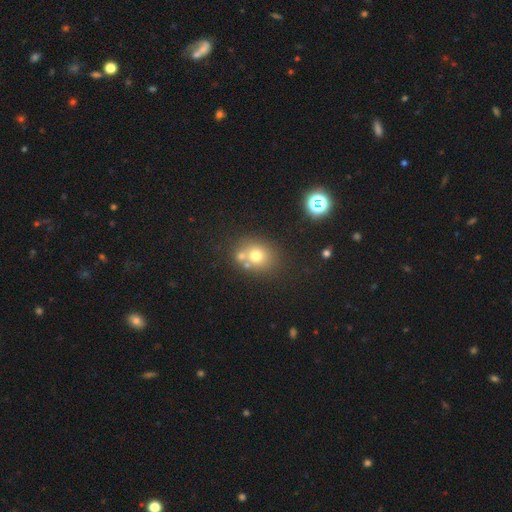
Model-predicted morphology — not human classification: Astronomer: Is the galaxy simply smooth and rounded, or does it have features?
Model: smooth — 69%.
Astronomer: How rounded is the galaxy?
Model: round — 69%.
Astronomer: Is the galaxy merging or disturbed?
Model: none — 59%.